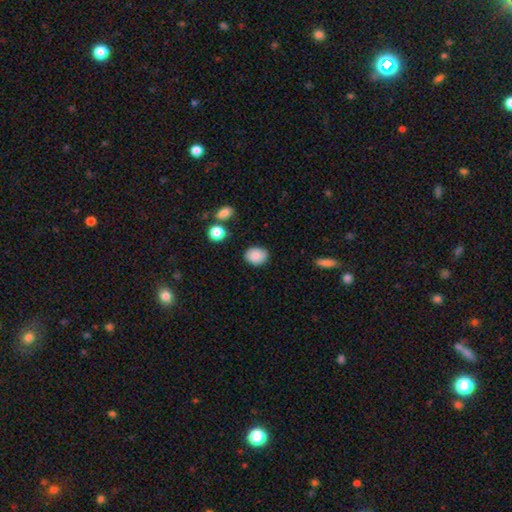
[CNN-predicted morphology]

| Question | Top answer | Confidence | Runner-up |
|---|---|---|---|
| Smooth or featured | smooth | 87% | star or artifact (8%) |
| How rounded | in between | 55% | round (44%) |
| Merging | none | 83% | minor disturbance (12%) |